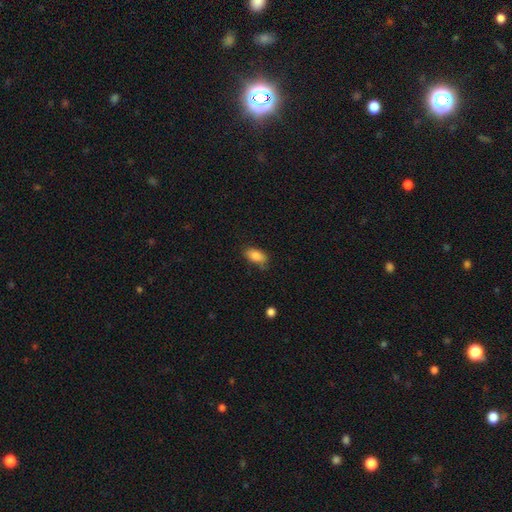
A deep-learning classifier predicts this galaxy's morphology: This appears to be a smooth galaxy with no disk features (84%) that is in between round and cigar-shaped (90%). Merging: none (72%).